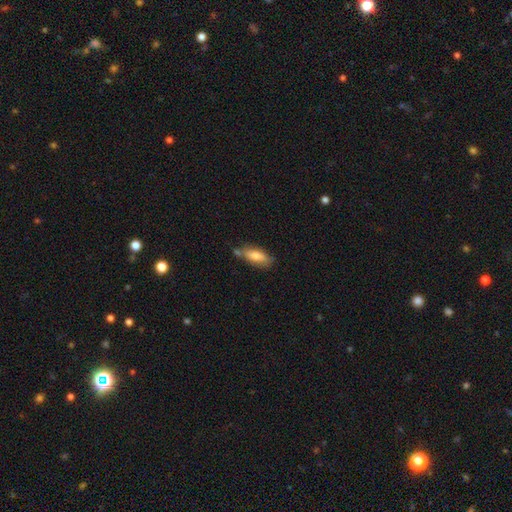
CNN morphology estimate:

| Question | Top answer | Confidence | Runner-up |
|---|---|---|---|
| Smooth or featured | smooth | 74% | featured or disk (19%) |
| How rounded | in between | 69% | cigar-shaped (28%) |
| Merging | none | 60% | minor disturbance (22%) |